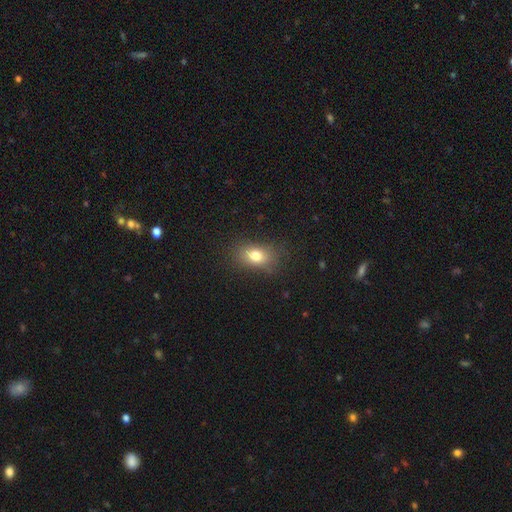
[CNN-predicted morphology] smooth 78%, star or artifact 11%, featured or disk 11%. Down the decision tree: how rounded — in between (77%); merging — none (77%).